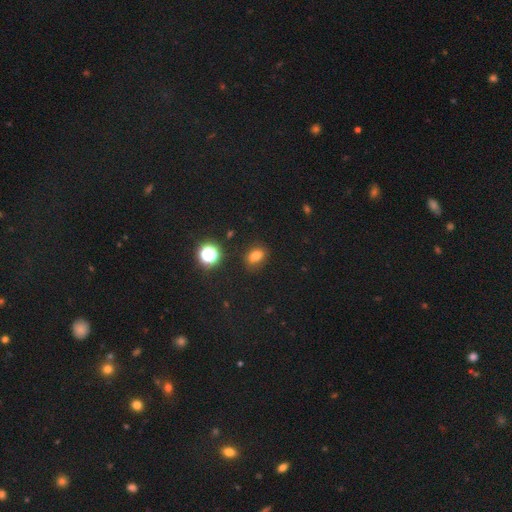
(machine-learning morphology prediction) A smooth galaxy with no disk features (75%) that is in between round and cigar-shaped (66%). Merging: none (81%).